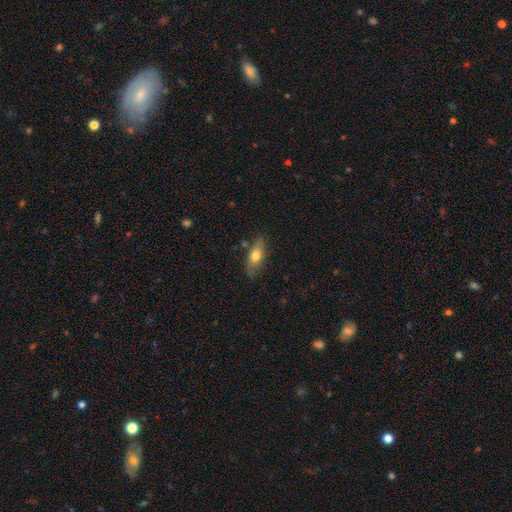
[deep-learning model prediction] This is likely a smooth galaxy (66%). How rounded: likely in between (73%). Merging: likely none (74%).